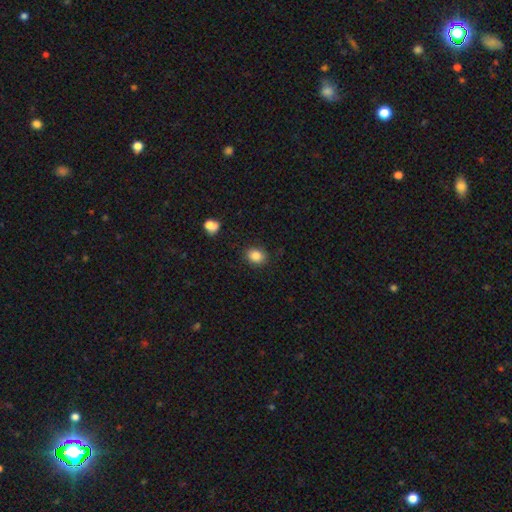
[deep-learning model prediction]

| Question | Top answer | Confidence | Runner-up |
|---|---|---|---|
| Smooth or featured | smooth | 86% | star or artifact (10%) |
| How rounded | round | 55% | in between (44%) |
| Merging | none | 85% | minor disturbance (10%) |